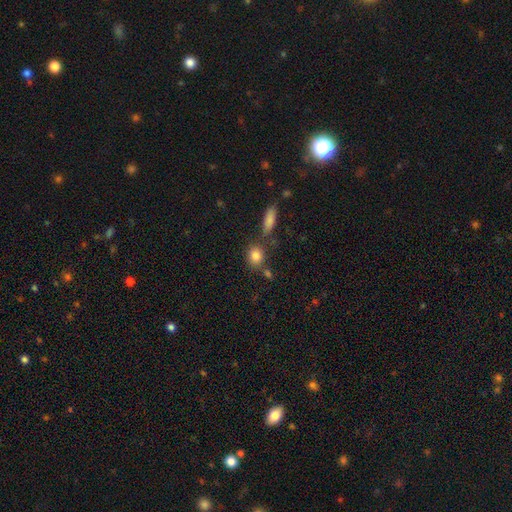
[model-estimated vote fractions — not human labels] Morphology: type=smooth (83%); roundness=round (65%); merging=none (70%).